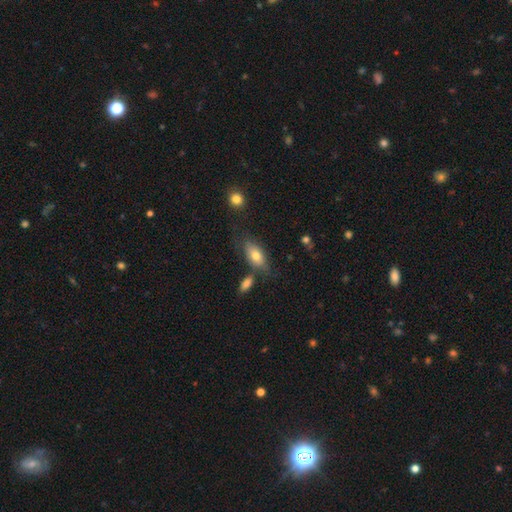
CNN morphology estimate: smooth 75%, featured or disk 18%, star or artifact 7%. Down the decision tree: how rounded — in between (88%); merging — none (61%).